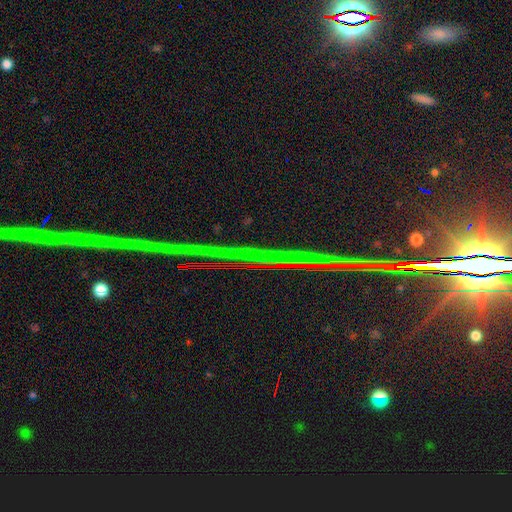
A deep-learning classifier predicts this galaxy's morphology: Smooth or featured? Predicted: star or artifact (p=0.87).